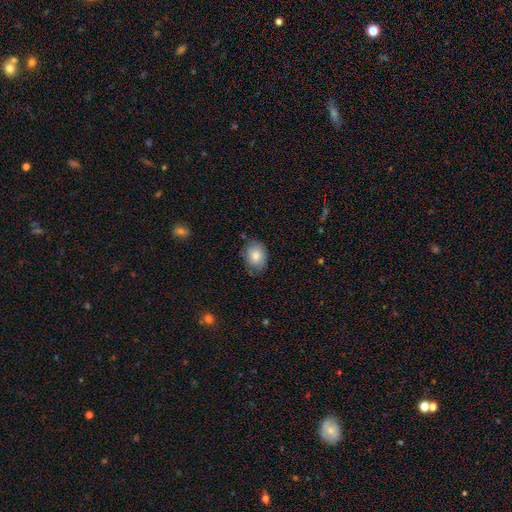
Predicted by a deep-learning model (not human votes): This appears to be a smooth galaxy with no disk features (77%) that is in between round and cigar-shaped (54%). Merging: none (72%).